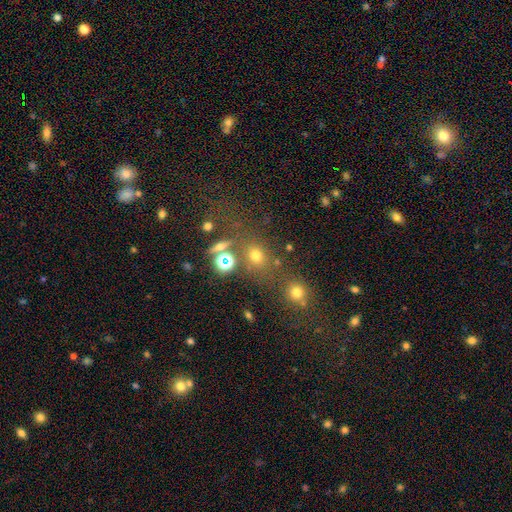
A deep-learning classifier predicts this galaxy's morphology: This appears to be a smooth galaxy with no disk features (62%) that is round (66%). Merging: none (66%).